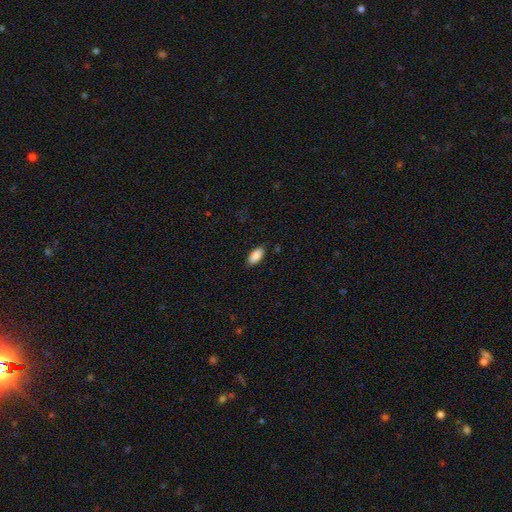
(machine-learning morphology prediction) Smooth or featured: smooth — 89% (star or artifact — 7%)
How rounded: in between — 90% (cigar-shaped — 8%)
Merging: none — 85% (minor disturbance — 11%)